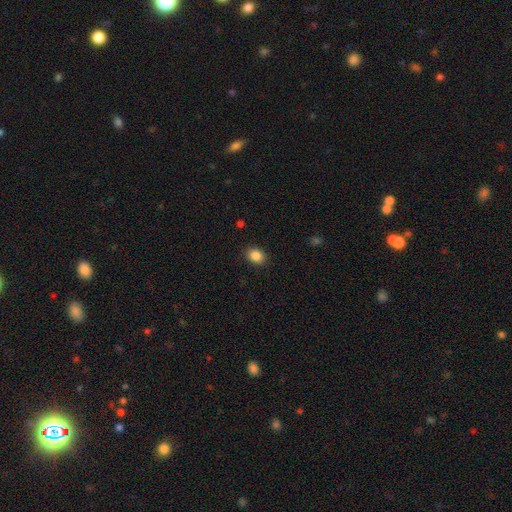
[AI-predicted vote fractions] This appears to be a smooth galaxy with no disk features (87%) that is in between round and cigar-shaped (59%). Merging: none (90%).